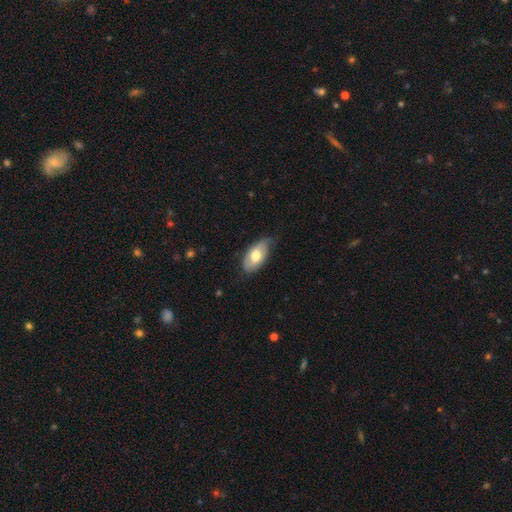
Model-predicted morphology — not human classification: Smooth or featured?
  - smooth: 57% *
  - featured or disk: 37%
  - star or artifact: 6%
How rounded?
  - in between: 94% *
  - round: 3%
  - cigar-shaped: 3%
Merging?
  - none: 63% *
  - minor disturbance: 30%
  - major disturbance: 6%
  - merger: 1%